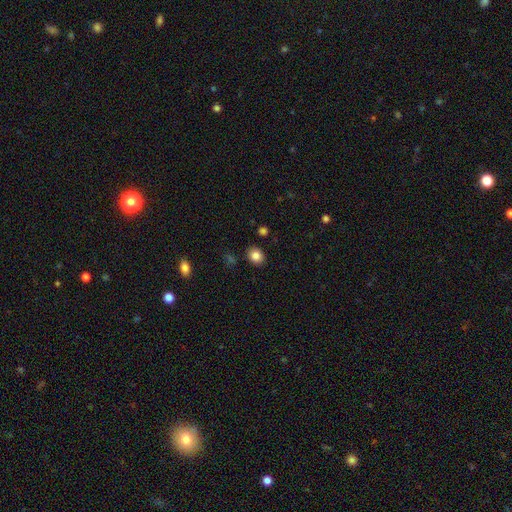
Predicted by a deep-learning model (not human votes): Overall: smooth (84%). How rounded: round (64%; in between 35%). Merging: none (87%).